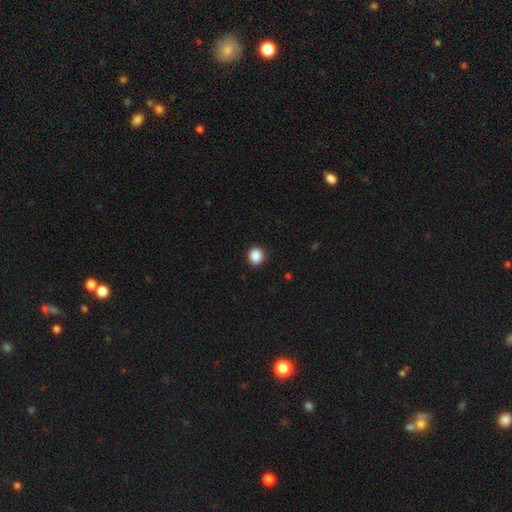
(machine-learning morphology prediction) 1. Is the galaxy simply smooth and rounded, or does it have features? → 89% smooth, 9% star or artifact, 3% featured or disk.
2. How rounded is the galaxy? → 64% round, 35% in between, 1% cigar-shaped.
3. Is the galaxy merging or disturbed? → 89% none, 8% minor disturbance, 2% major disturbance, 1% merger.